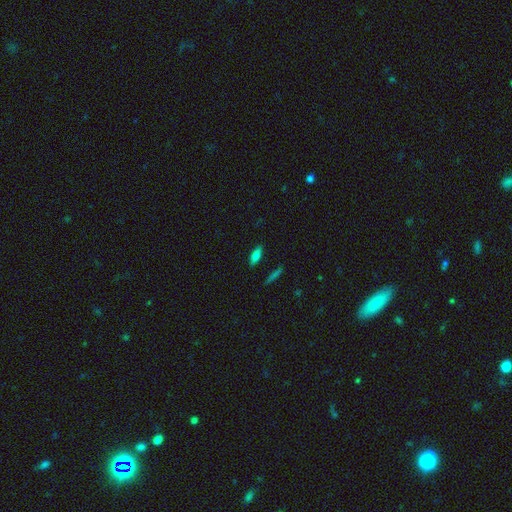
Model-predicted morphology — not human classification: Q: Smooth or featured?
A: smooth (72%); runner-up: featured or disk (19%)
Q: How rounded?
A: in between (63%); runner-up: cigar-shaped (34%)
Q: Merging?
A: none (86%); runner-up: minor disturbance (10%)